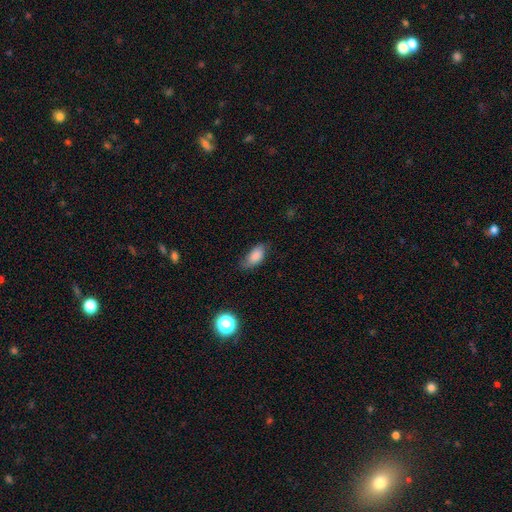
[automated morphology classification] Smooth or featured?
  - smooth: 82% *
  - featured or disk: 10%
  - star or artifact: 8%
How rounded?
  - in between: 90% *
  - cigar-shaped: 6%
  - round: 4%
Merging?
  - none: 65% *
  - minor disturbance: 27%
  - major disturbance: 7%
  - merger: 1%